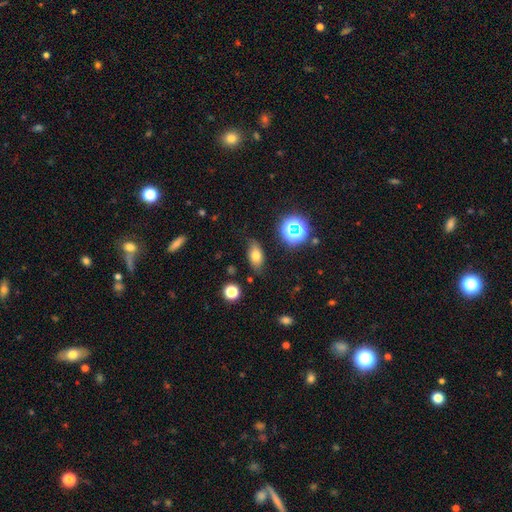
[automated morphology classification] This appears to be a smooth galaxy with no disk features (70%) that is in between round and cigar-shaped (83%). Merging: none (77%).